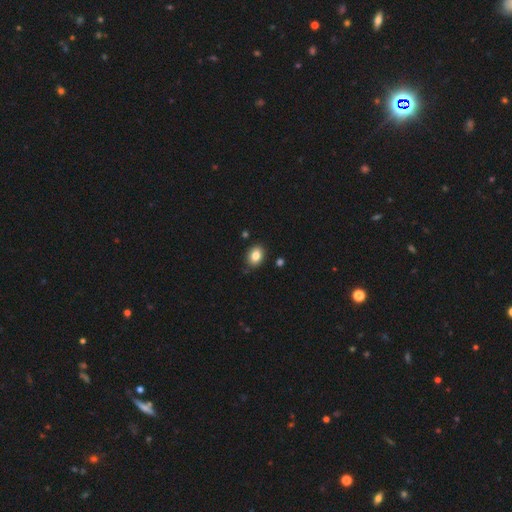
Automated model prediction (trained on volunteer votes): smooth_or_featured: smooth (p=0.83) [alt: star or artifact p=0.09]
how_rounded: in between (p=0.69) [alt: round p=0.30]
merging: none (p=0.85) [alt: minor disturbance p=0.11]